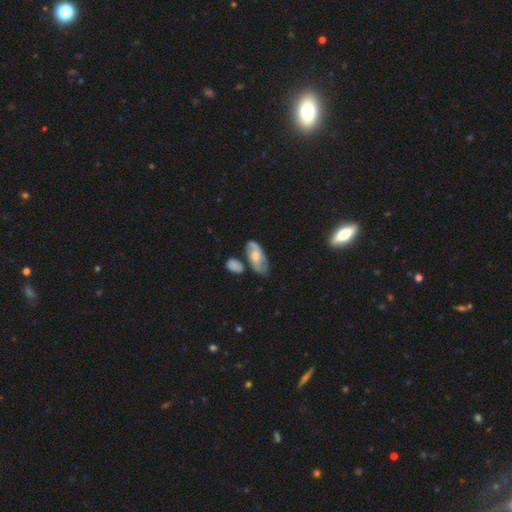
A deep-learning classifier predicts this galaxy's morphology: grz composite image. It shows a featured or disk galaxy (58%) with no bar (65%), spiral arms (74%) and a moderate central bulge (61%). Merging: none (60%).